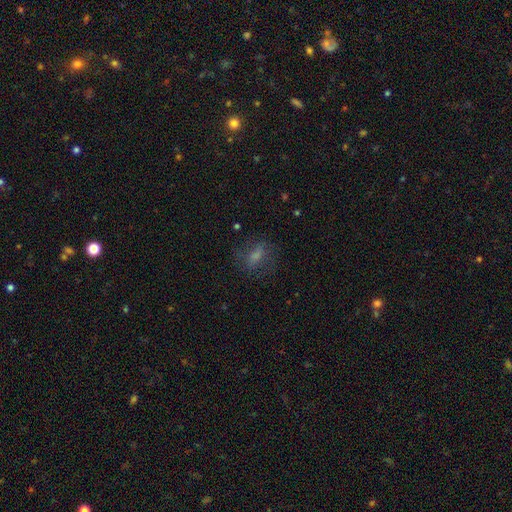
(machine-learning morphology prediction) This is likely a smooth galaxy (60%). How rounded: likely in between (67%). Merging: likely none (67%).